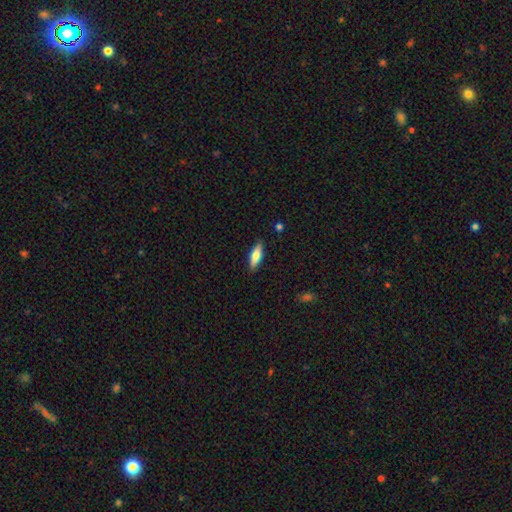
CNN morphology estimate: Q: Smooth or featured?
A: smooth (72%); runner-up: featured or disk (22%)
Q: How rounded?
A: in between (57%); runner-up: cigar-shaped (41%)
Q: Merging?
A: none (88%); runner-up: minor disturbance (9%)